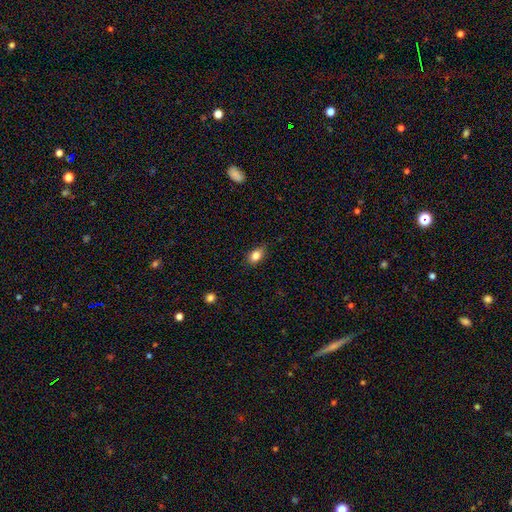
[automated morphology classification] A smooth galaxy with no disk features (83%) that is in between round and cigar-shaped (76%). Merging: none (76%).